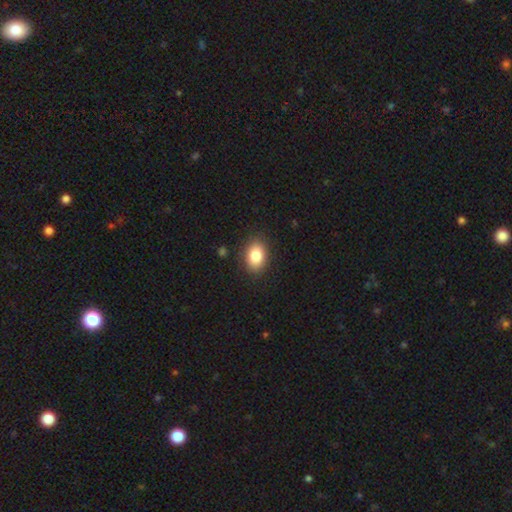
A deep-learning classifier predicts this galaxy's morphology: This is clearly a smooth galaxy (85%). How rounded: clearly in between (80%). Merging: clearly none (87%).